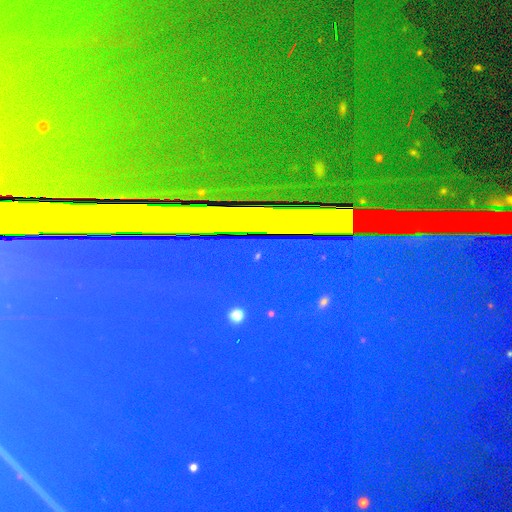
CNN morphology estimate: Smooth or featured? Predicted: star or artifact (p=0.84).